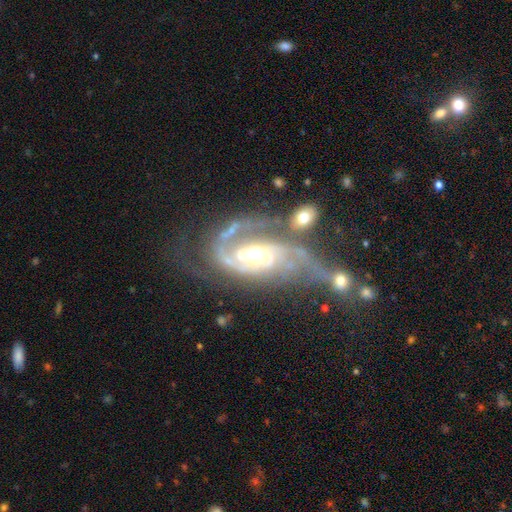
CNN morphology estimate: Overall: featured or disk (88%). Edge-on disk: no (96%). Bar: no (52%; weak 31%). Spiral arms: yes (95%). Spiral arm count: 2 (54%; can't tell 15%). Spiral winding: medium (41%, tied with tight). Bulge size: moderate (53%; large 37%). Merging: major disturbance (32%; merger 29%).